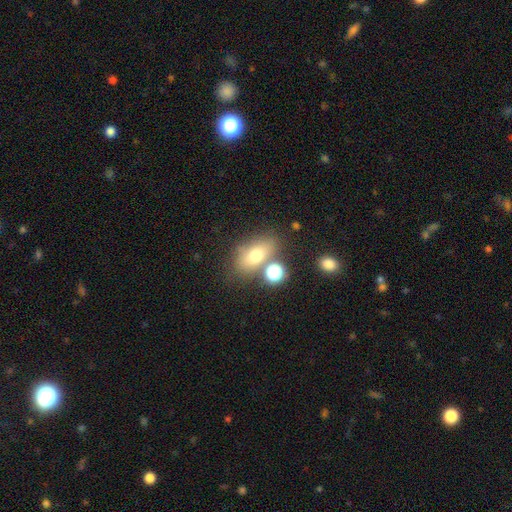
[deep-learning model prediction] Smooth or featured: smooth — 70% (featured or disk — 17%)
How rounded: in between — 79% (round — 17%)
Merging: none — 62% (merger — 17%)